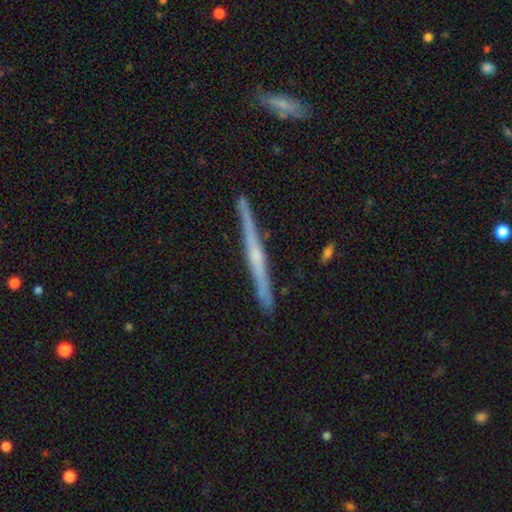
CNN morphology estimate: Smooth or featured: featured or disk — 74% (smooth — 20%)
Edge-on disk: yes — 98% (no — 2%)
Edge-on bulge: rounded — 54% (none — 38%)
Merging: none — 90% (minor disturbance — 7%)